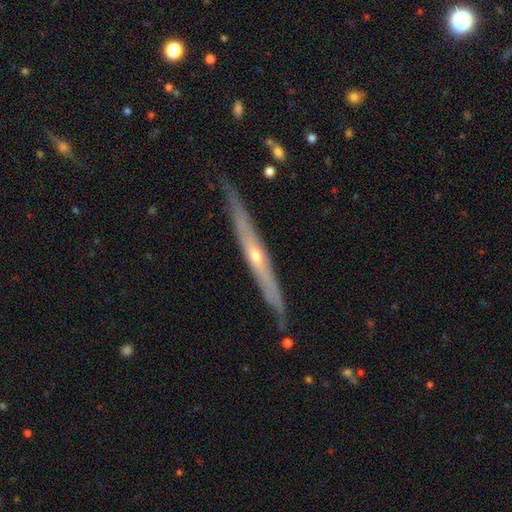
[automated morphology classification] A featured or disk galaxy (76%) viewed edge-on (94%) with a rounded central bulge (69%). Merging: none (85%).